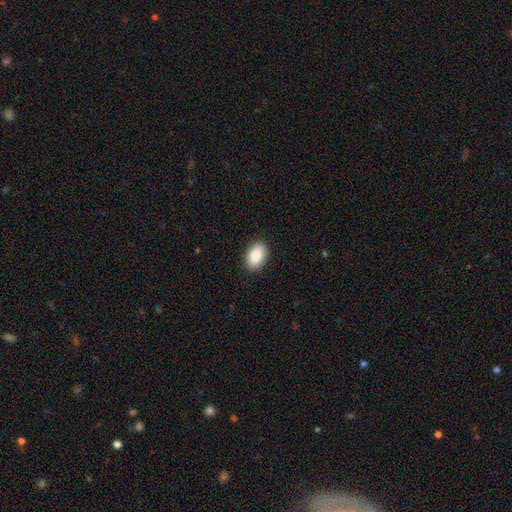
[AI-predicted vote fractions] Smooth or featured?
  - smooth: 88% *
  - star or artifact: 7%
  - featured or disk: 6%
How rounded?
  - in between: 90% *
  - round: 8%
  - cigar-shaped: 1%
Merging?
  - none: 90% *
  - minor disturbance: 8%
  - major disturbance: 2%
  - merger: 1%